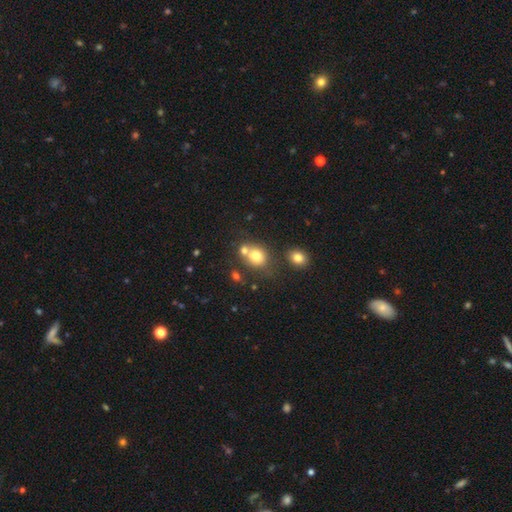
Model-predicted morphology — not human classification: Q: Smooth or featured?
A: smooth (74%); runner-up: featured or disk (13%)
Q: How rounded?
A: round (69%); runner-up: in between (30%)
Q: Merging?
A: none (46%); runner-up: merger (39%)